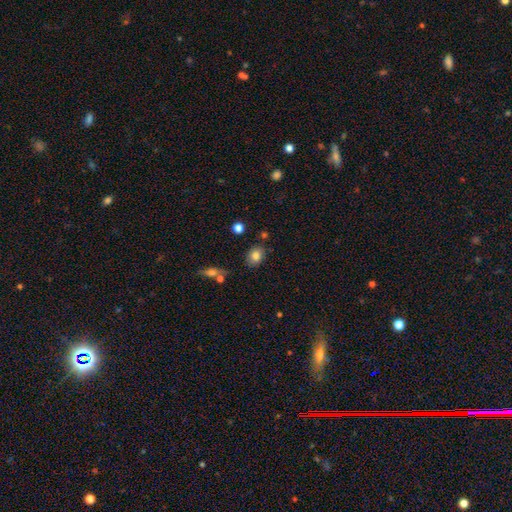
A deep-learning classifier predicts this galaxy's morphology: smooth_or_featured: smooth (p=0.81) [alt: star or artifact p=0.10]
how_rounded: in between (p=0.57) [alt: round p=0.41]
merging: none (p=0.80) [alt: minor disturbance p=0.12]